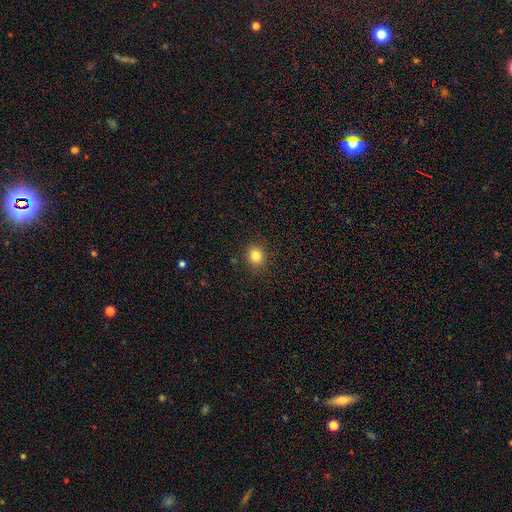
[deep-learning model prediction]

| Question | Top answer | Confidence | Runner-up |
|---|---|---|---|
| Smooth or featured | smooth | 82% | star or artifact (12%) |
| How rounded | round | 80% | in between (19%) |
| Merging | none | 89% | minor disturbance (7%) |